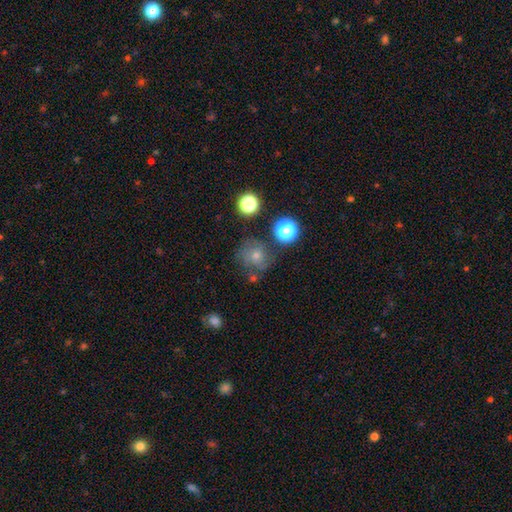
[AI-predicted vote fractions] Smooth or featured: smooth — 61% (featured or disk — 21%)
How rounded: round — 83% (in between — 16%)
Merging: none — 58% (minor disturbance — 21%)